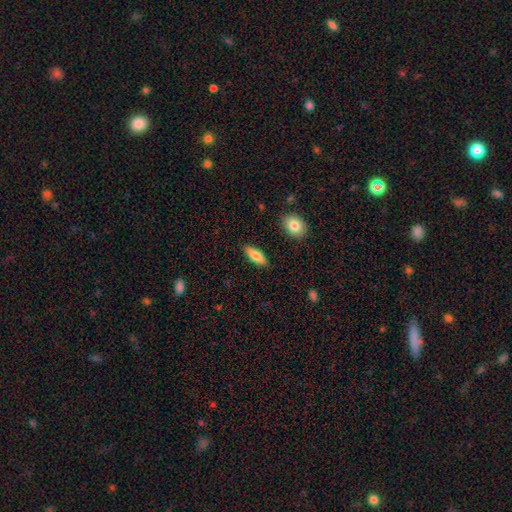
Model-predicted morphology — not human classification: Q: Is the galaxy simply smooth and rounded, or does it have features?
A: smooth — 72%.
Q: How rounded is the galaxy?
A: in between — 60%.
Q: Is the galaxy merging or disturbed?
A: none — 88%.